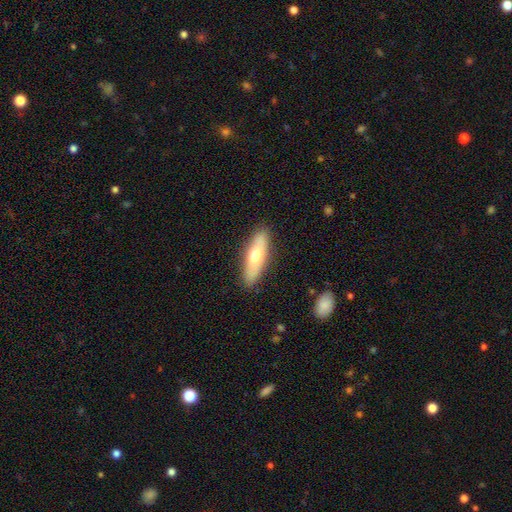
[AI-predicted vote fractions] This is likely a smooth galaxy (60%). How rounded: possibly in between (51%). Merging: clearly none (88%).